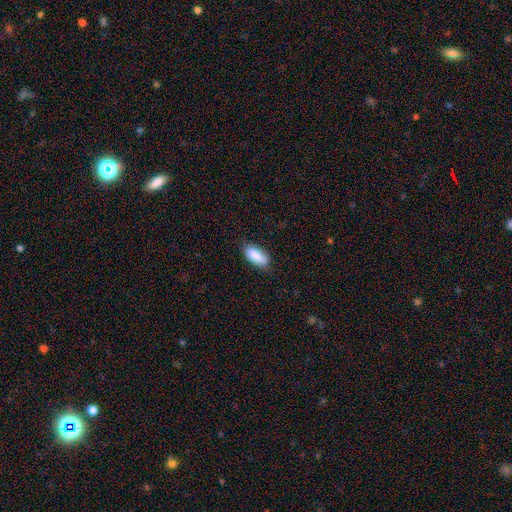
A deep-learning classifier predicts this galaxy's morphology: Smooth or featured? smooth (87%)
How rounded? in between (85%)
Merging? none (79%)